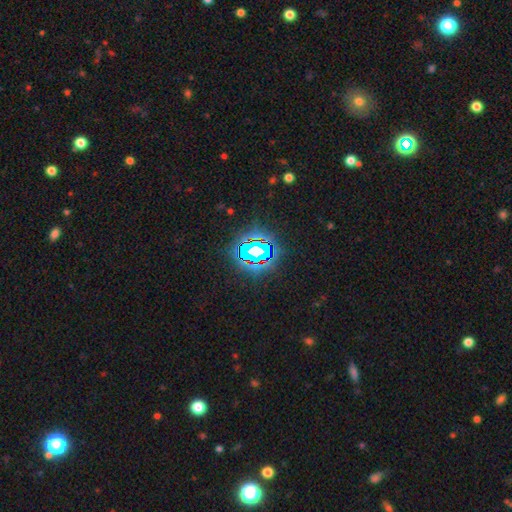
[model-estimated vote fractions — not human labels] Morphology: type=star or artifact (75%).